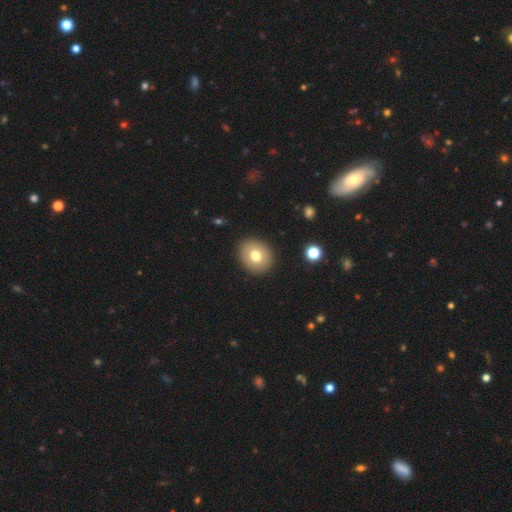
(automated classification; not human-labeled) Overall: smooth (74%). How rounded: round (69%; in between 30%). Merging: none (91%).